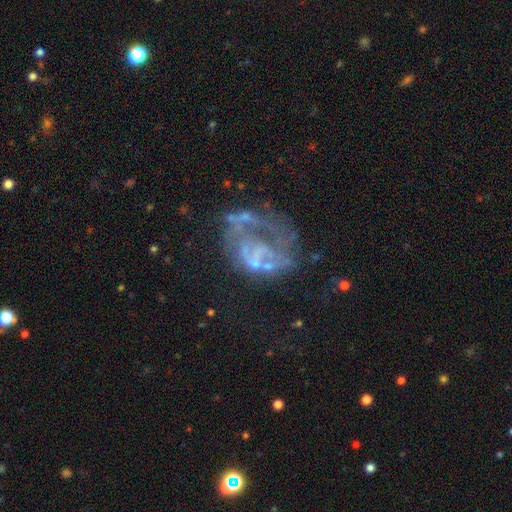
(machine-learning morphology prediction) A featured or disk galaxy (69%) with no bar (82%), no spiral arms (71%) and no central bulge (67%).

Vote fractions:
- Smooth or featured? featured or disk: 69% / smooth: 16% / star or artifact: 15%
- Edge-on disk? no: 98% / yes: 2%
- Bar? no: 82% / weak: 14% / strong: 4%
- Spiral arms? no: 71% / yes: 29%
- Bulge size? none: 67% / small: 18% / moderate: 12% / large: 3% / dominant: 1%
- Merging? major disturbance: 42% / none: 31% / minor disturbance: 16% / merger: 11%